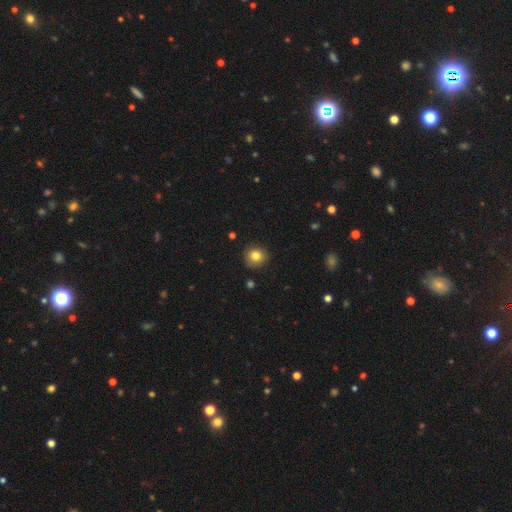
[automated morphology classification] A smooth galaxy with no disk features (82%) that is round (92%). Merging: none (87%).